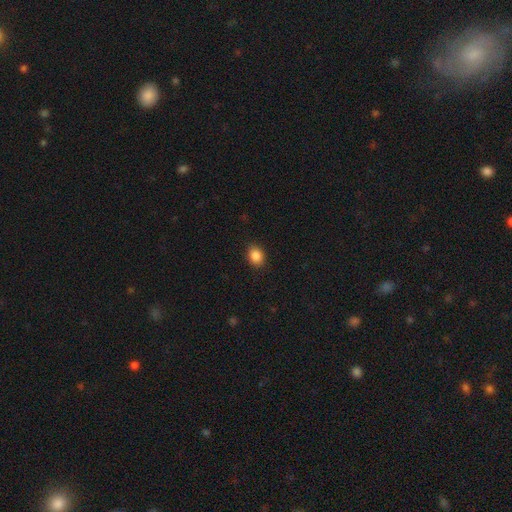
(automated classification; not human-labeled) Morphology: type=smooth (87%); roundness=in between (53%); merging=none (89%).